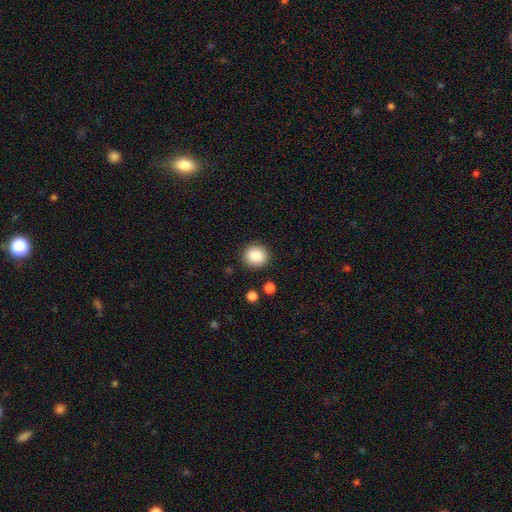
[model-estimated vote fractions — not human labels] Smooth or featured?
  - smooth: 87% *
  - star or artifact: 9%
  - featured or disk: 4%
How rounded?
  - round: 85% *
  - in between: 15%
  - cigar-shaped: 1%
Merging?
  - none: 88% *
  - minor disturbance: 7%
  - major disturbance: 3%
  - merger: 2%